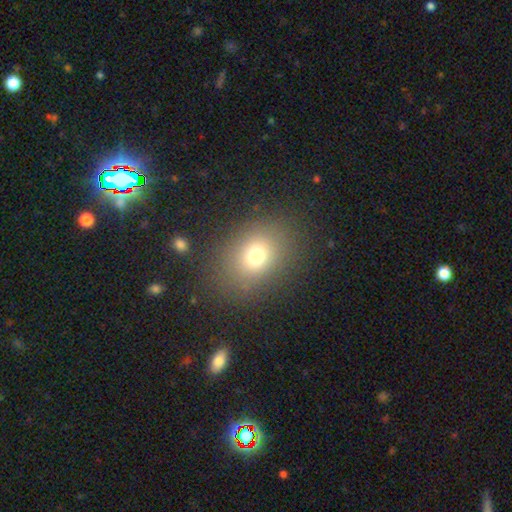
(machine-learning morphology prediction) smooth_or_featured: smooth (p=0.72) [alt: star or artifact p=0.17]
how_rounded: round (p=0.50) [alt: in between p=0.48]
merging: none (p=0.84) [alt: minor disturbance p=0.09]